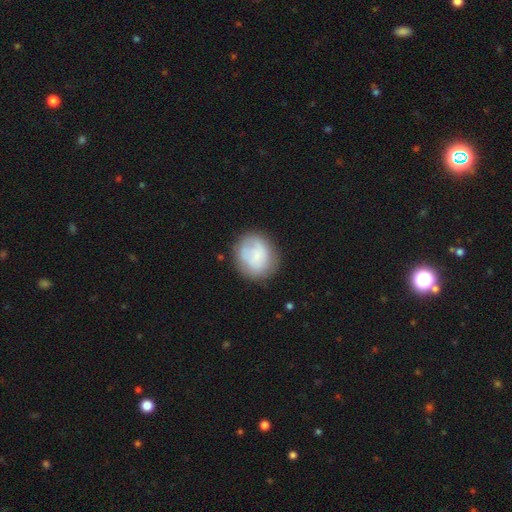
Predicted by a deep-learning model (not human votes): This appears to be a smooth galaxy with no disk features (64%) that is round (78%). Merging: none (64%).